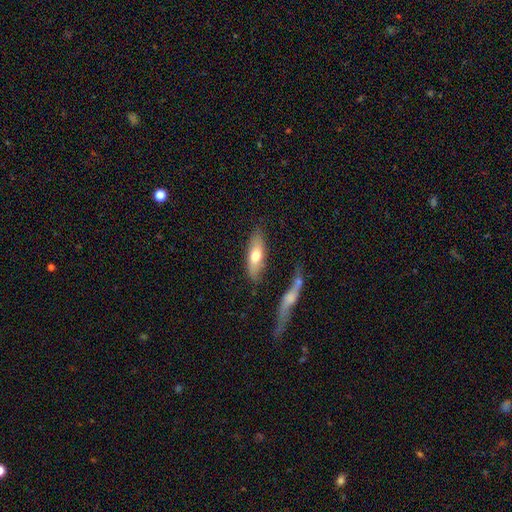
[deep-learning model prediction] smooth-or-featured: smooth: 63% | featured or disk: 31% | star or artifact: 6%
  how-rounded: in between: 58% | cigar-shaped: 39% | round: 3%
  merging: none: 71% | minor disturbance: 16% | merger: 8% | major disturbance: 5%